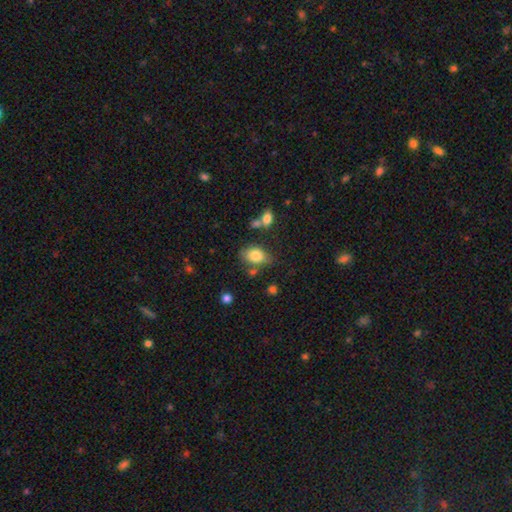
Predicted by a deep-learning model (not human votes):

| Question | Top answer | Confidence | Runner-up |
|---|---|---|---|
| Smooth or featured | smooth | 81% | featured or disk (11%) |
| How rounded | in between | 81% | round (17%) |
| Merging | none | 64% | minor disturbance (20%) |